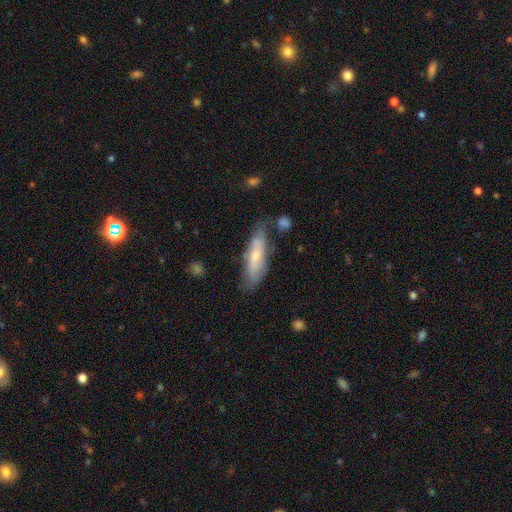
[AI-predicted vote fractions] This appears to be a smooth galaxy with no disk features (52%) that is cigar-shaped (55%). Merging: none (62%).